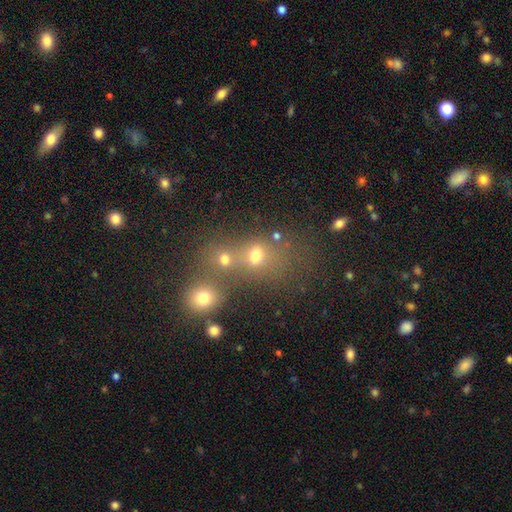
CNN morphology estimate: The model was most divided on "merging": merger: 53%, none: 33%, minor disturbance: 8%, major disturbance: 6%. More confident: smooth or featured — smooth (66%); how rounded — round (60%).